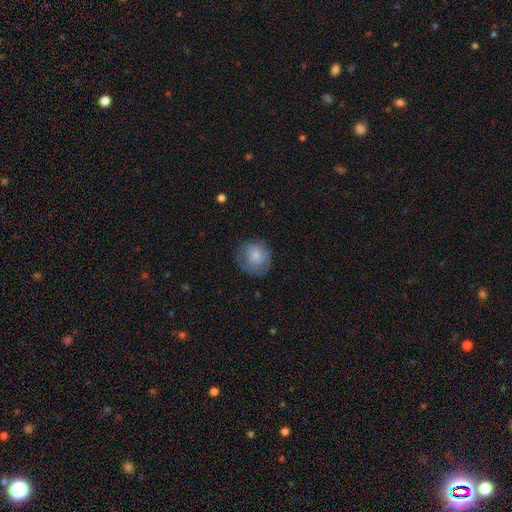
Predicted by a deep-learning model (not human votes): This is likely a smooth galaxy (74%). How rounded: clearly round (85%). Merging: likely none (72%).